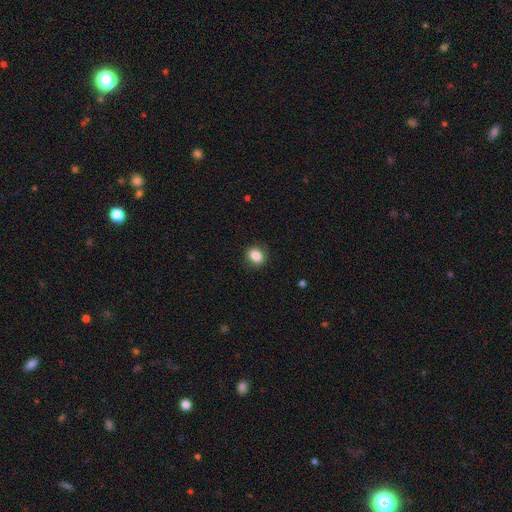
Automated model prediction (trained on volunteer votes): A smooth galaxy with no disk features (86%) that is round (52%). Merging: none (88%).